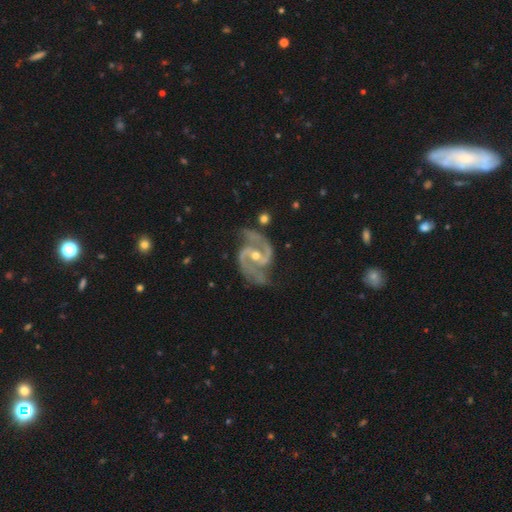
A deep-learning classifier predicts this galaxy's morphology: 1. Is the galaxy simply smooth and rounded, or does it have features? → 93% featured or disk, 4% star or artifact, 3% smooth.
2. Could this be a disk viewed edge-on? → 98% no, 2% yes.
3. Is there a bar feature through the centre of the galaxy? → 43% weak, 31% strong, 27% no.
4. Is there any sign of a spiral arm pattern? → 98% yes, 2% no.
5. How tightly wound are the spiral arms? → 63% medium, 19% loose, 18% tight.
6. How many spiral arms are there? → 92% 2, 3% 3, 2% can't tell, 1% 1, 1% 4, 1% more than 4.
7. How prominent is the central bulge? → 60% moderate, 37% small, 2% large, 1% none, 1% dominant.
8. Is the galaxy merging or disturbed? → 67% none, 22% minor disturbance, 9% major disturbance, 3% merger.